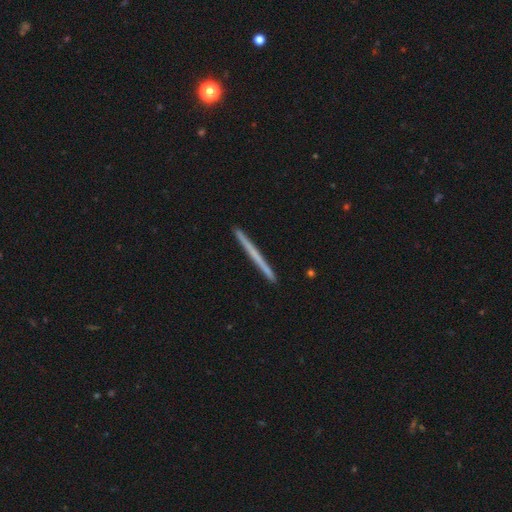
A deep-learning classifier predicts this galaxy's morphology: Smooth or featured: featured or disk — 48% (smooth — 46%)
Merging: none — 93% (minor disturbance — 5%)